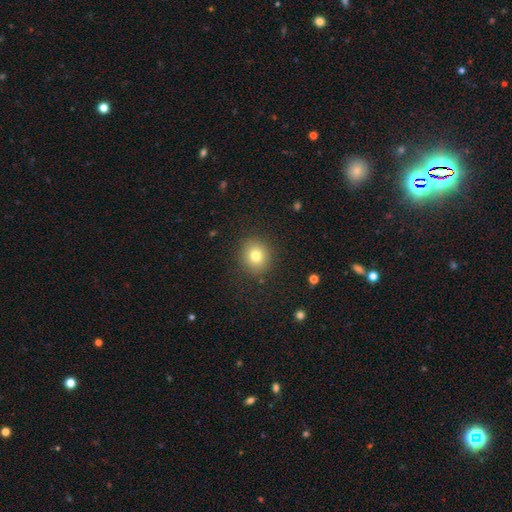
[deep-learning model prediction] smooth_or_featured: smooth (p=0.78) [alt: star or artifact p=0.13]
how_rounded: round (p=0.83) [alt: in between p=0.16]
merging: none (p=0.89) [alt: minor disturbance p=0.07]